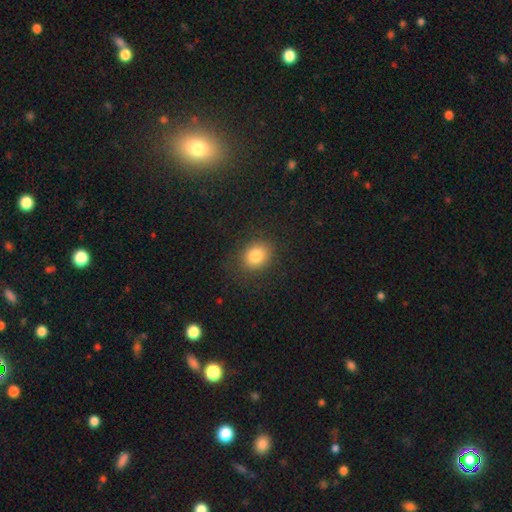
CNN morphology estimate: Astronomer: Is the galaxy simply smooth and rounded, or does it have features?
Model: smooth — 82%.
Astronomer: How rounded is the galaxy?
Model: round — 60% (runner-up: in between, 39%).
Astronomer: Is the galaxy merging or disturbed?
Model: none — 85%.